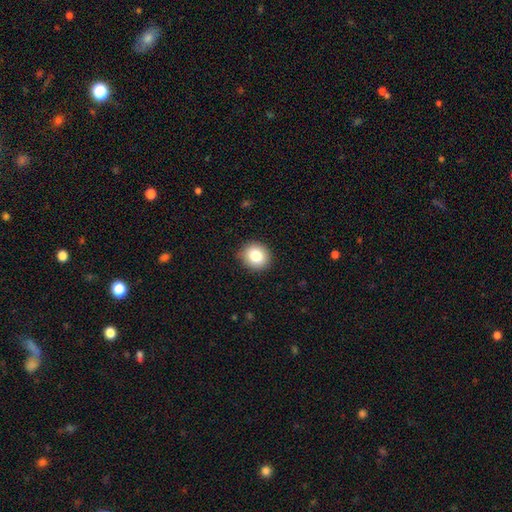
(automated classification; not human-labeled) This is clearly a smooth galaxy (82%). How rounded: clearly round (83%). Merging: clearly none (88%).